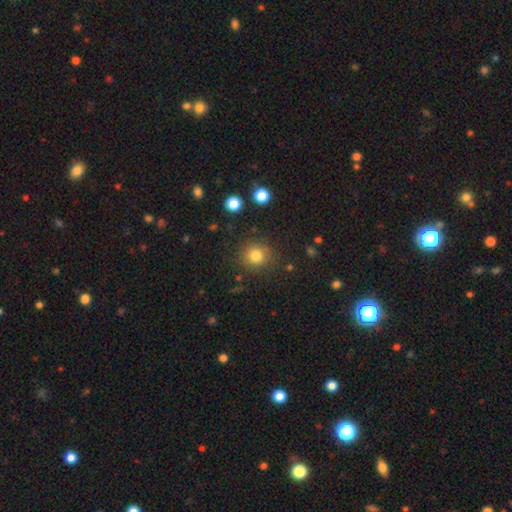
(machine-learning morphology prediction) smooth-or-featured: smooth: 80% | star or artifact: 13% | featured or disk: 7%
  how-rounded: round: 88% | in between: 11% | cigar-shaped: 1%
  merging: none: 86% | minor disturbance: 8% | major disturbance: 3% | merger: 2%